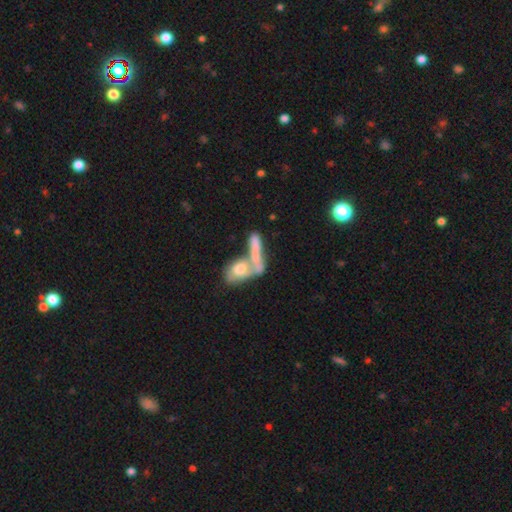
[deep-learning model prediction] A smooth galaxy with no disk features (56%) that is in between round and cigar-shaped (57%).

Vote fractions:
- Smooth or featured? smooth: 56% / featured or disk: 35% / star or artifact: 9%
- How rounded? in between: 57% / cigar-shaped: 36% / round: 8%
- Merging? merger: 66% / none: 16% / major disturbance: 10% / minor disturbance: 8%